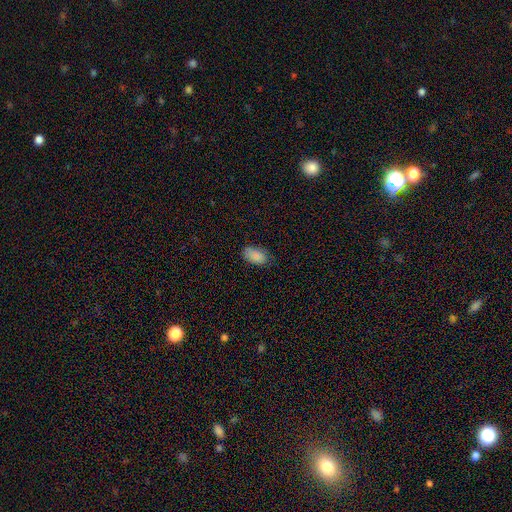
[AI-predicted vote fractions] Smooth or featured: smooth — 87% (star or artifact — 8%)
How rounded: in between — 93% (round — 4%)
Merging: none — 71% (minor disturbance — 23%)